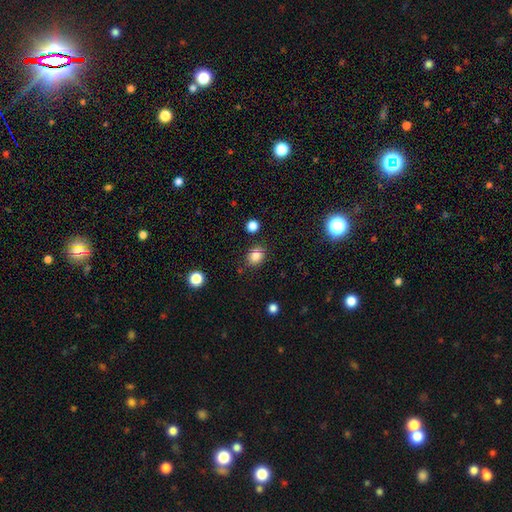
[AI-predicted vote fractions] A smooth galaxy with no disk features (83%) that is round (58%).

Vote fractions:
- Smooth or featured? smooth: 83% / star or artifact: 11% / featured or disk: 6%
- How rounded? round: 58% / in between: 41% / cigar-shaped: 1%
- Merging? none: 80% / minor disturbance: 13% / merger: 4% / major disturbance: 3%